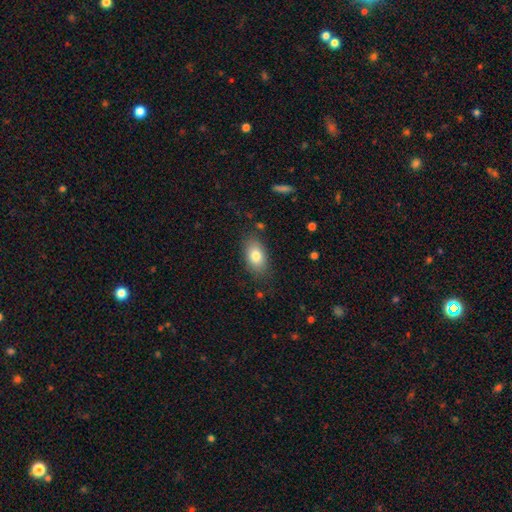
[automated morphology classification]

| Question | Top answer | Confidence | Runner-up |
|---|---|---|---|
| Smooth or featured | smooth | 81% | featured or disk (11%) |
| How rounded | in between | 90% | round (8%) |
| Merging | none | 81% | minor disturbance (14%) |